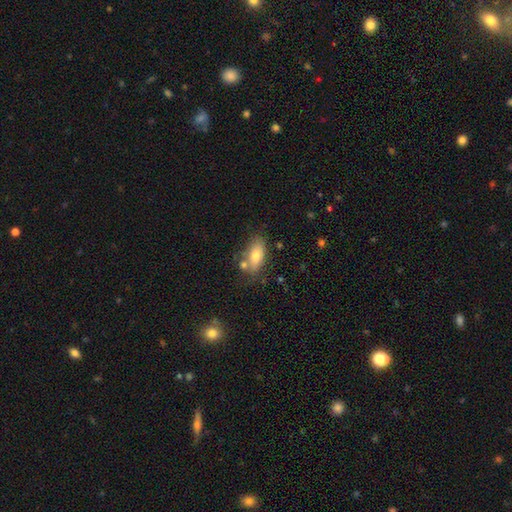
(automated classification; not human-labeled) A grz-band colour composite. It shows a smooth galaxy with no disk features (74%) that is in between round and cigar-shaped (85%). Merging: none (67%).